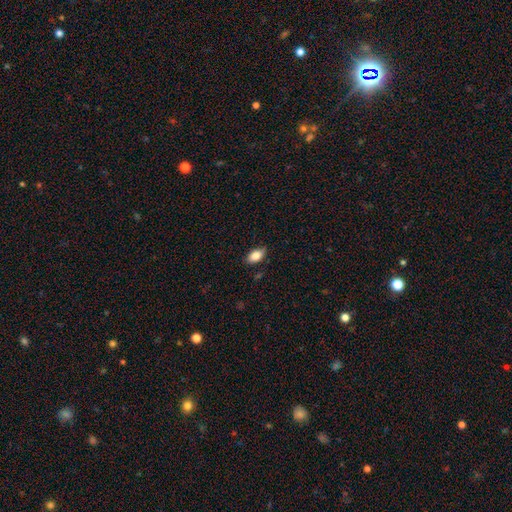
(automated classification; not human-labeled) Overall: smooth (82%). How rounded: in between (90%). Merging: none (83%).